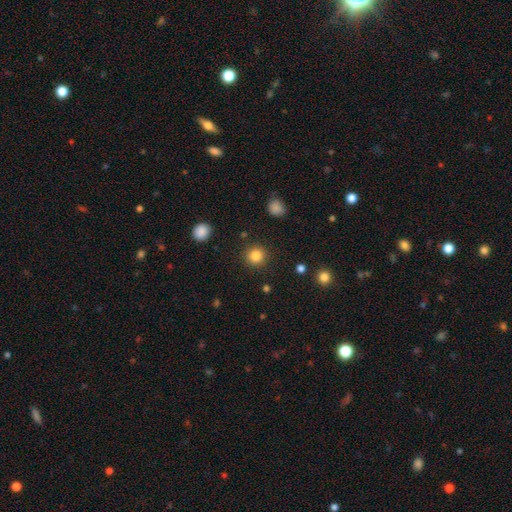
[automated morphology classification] smooth_or_featured: smooth (p=0.85) [alt: star or artifact p=0.11]
how_rounded: round (p=0.93) [alt: in between p=0.06]
merging: none (p=0.91) [alt: minor disturbance p=0.05]